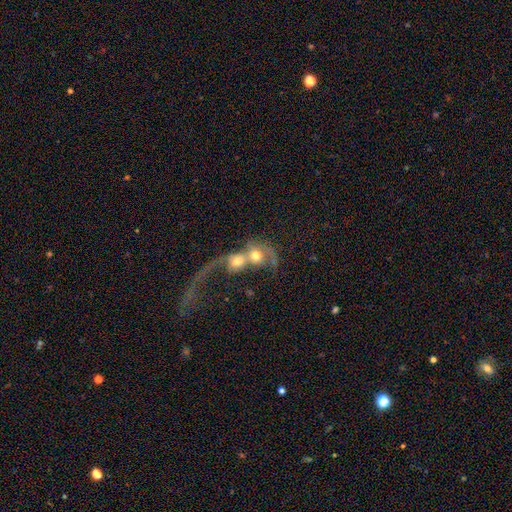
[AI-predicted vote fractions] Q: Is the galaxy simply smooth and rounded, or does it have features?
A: smooth — 46%.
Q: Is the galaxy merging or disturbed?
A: merger — 80%.